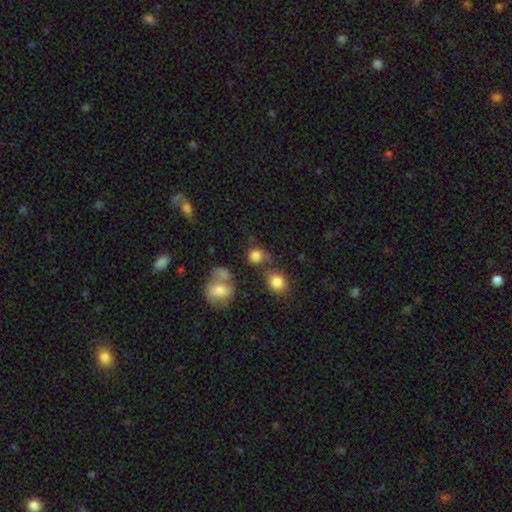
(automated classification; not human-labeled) The model was most divided on "merging": none: 50%, merger: 22%, minor disturbance: 18%, major disturbance: 10%. More confident: how rounded — round (81%); smooth or featured — smooth (80%).